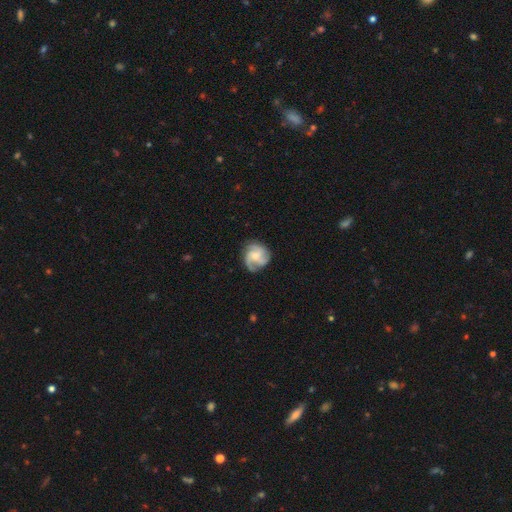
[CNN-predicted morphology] type=featured or disk (77%); edge-on=no (98%); bar=no (68%); spiral arms=yes (96%); winding=medium (46%); arm count=3 (59%); bulge=small (49%); merging=none (75%).